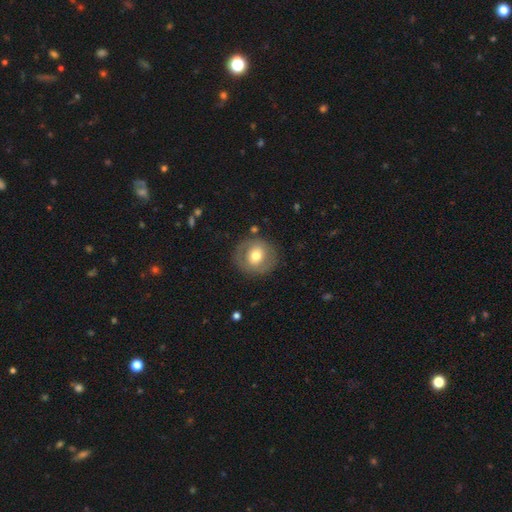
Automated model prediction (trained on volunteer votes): smooth-or-featured: smooth: 56% | featured or disk: 37% | star or artifact: 7%
  how-rounded: round: 87% | in between: 12% | cigar-shaped: 1%
  merging: none: 81% | minor disturbance: 11% | major disturbance: 6% | merger: 2%